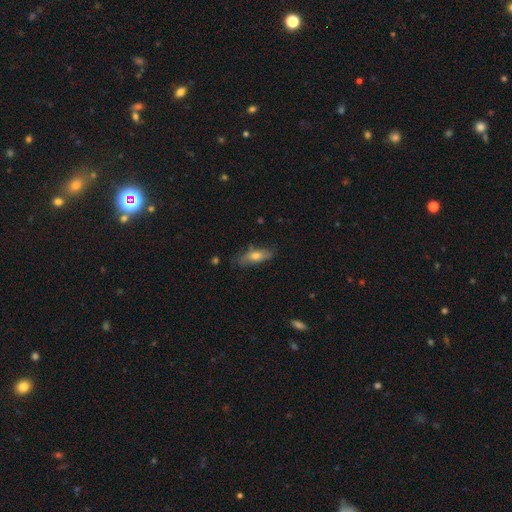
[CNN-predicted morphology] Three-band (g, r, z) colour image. It shows a smooth galaxy with no disk features (60%) that is in between round and cigar-shaped (59%). Merging: none (71%).